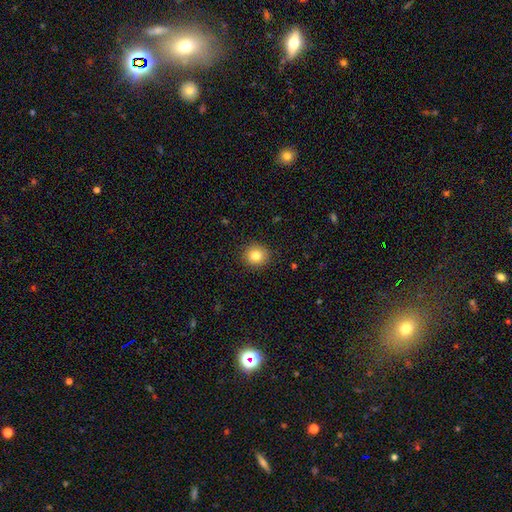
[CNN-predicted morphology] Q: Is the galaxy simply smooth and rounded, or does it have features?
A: smooth — 83%.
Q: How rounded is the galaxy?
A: round — 87%.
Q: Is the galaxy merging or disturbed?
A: none — 91%.